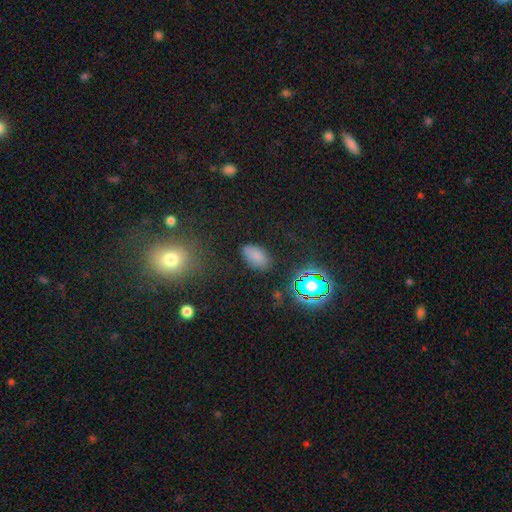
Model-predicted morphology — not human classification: This appears to be a smooth galaxy with no disk features (74%) that is in between round and cigar-shaped (92%). Merging: none (80%).